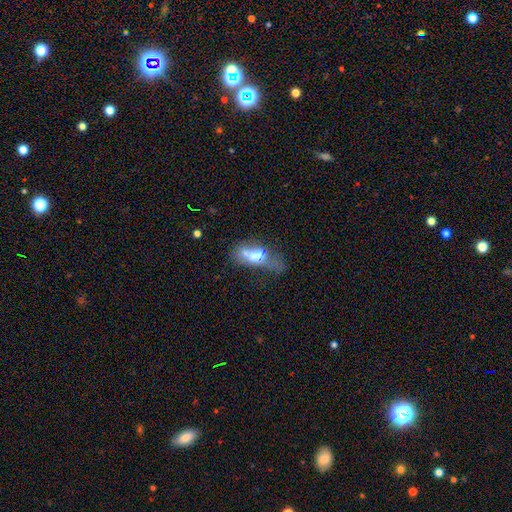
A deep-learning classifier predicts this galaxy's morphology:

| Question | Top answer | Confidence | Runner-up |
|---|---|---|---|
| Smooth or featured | smooth | 47% | featured or disk (41%) |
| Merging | merger | 40% | major disturbance (23%) |